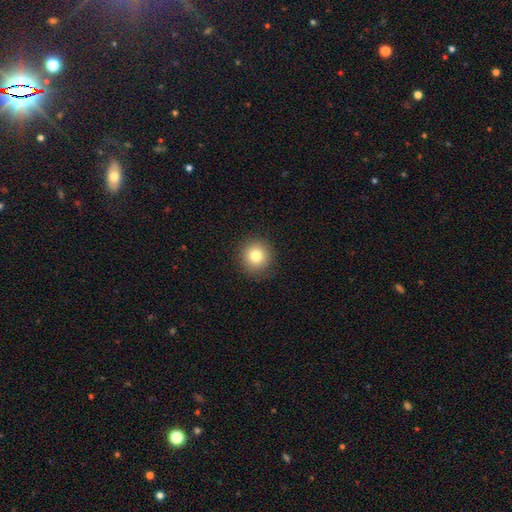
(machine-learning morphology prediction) The model was most divided on "smooth or featured": smooth: 80%, star or artifact: 11%, featured or disk: 9%. More confident: how rounded — round (93%); merging — none (90%).